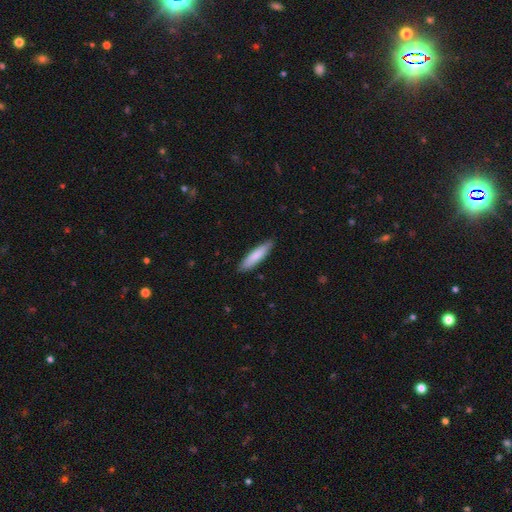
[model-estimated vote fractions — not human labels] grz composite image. It shows a smooth galaxy with no disk features (82%) that is cigar-shaped (79%). Merging: none (87%).